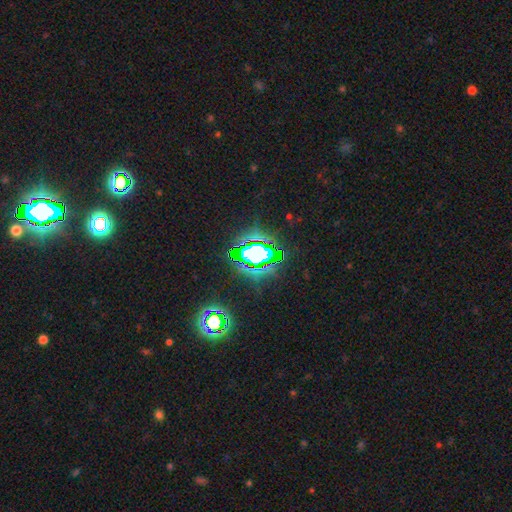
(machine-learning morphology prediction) A star or artifact, not a galaxy (69%).